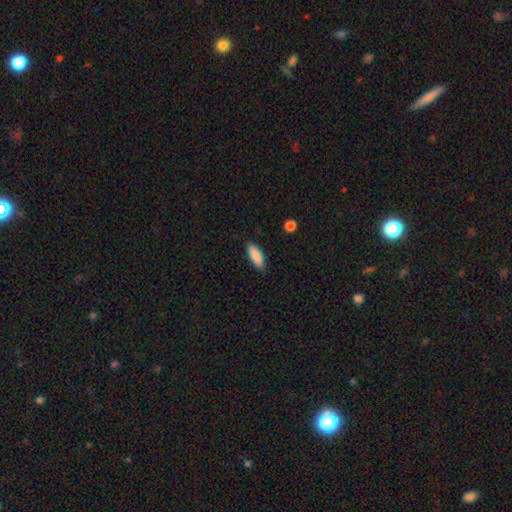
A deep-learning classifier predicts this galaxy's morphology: Q: Smooth or featured?
A: smooth (88%); runner-up: star or artifact (6%)
Q: How rounded?
A: in between (57%); runner-up: cigar-shaped (41%)
Q: Merging?
A: none (85%); runner-up: minor disturbance (11%)